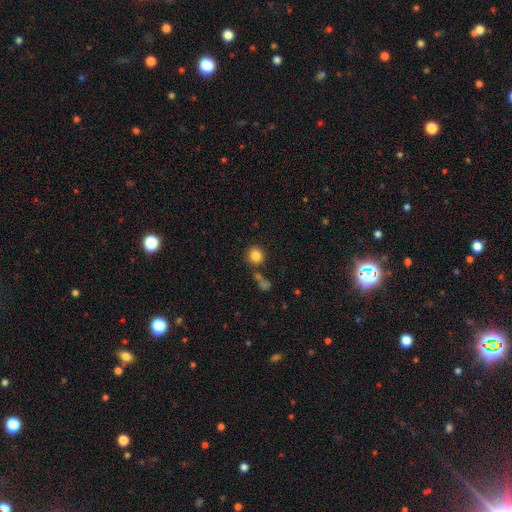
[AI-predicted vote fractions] Smooth or featured?
  - smooth: 84% *
  - star or artifact: 10%
  - featured or disk: 6%
How rounded?
  - round: 90% *
  - in between: 9%
  - cigar-shaped: 1%
Merging?
  - none: 78% *
  - minor disturbance: 9%
  - merger: 9%
  - major disturbance: 4%